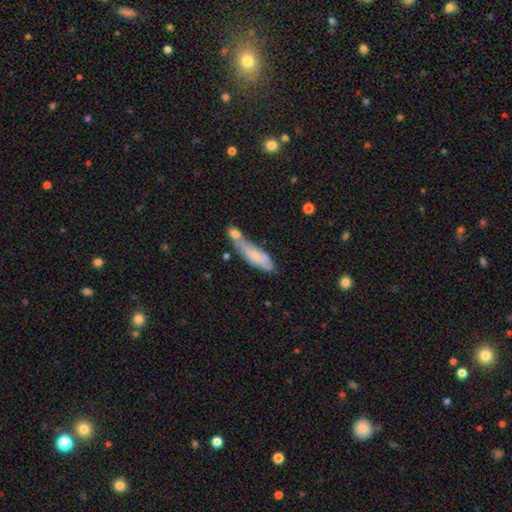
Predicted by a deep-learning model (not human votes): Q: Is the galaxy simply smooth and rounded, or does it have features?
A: smooth — 68%.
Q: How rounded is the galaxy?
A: cigar-shaped — 64%.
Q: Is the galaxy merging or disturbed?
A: merger — 37%.